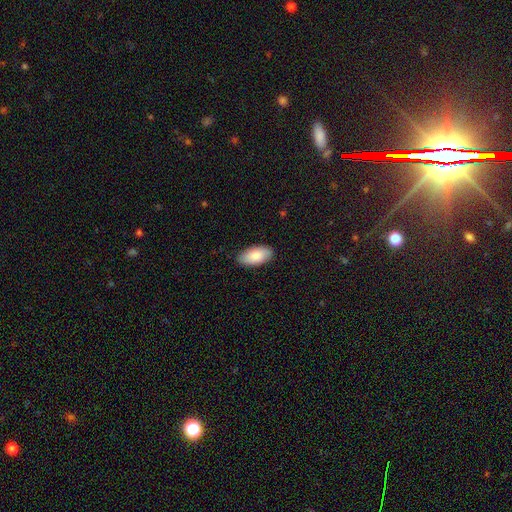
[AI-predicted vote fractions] Overall: smooth (85%). How rounded: in between (94%). Merging: none (87%).